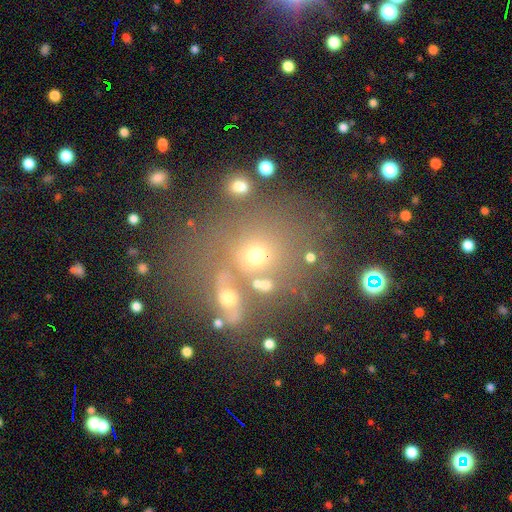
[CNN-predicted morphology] A smooth galaxy with no disk features (53%) that is round (74%). Merging: none (48%).